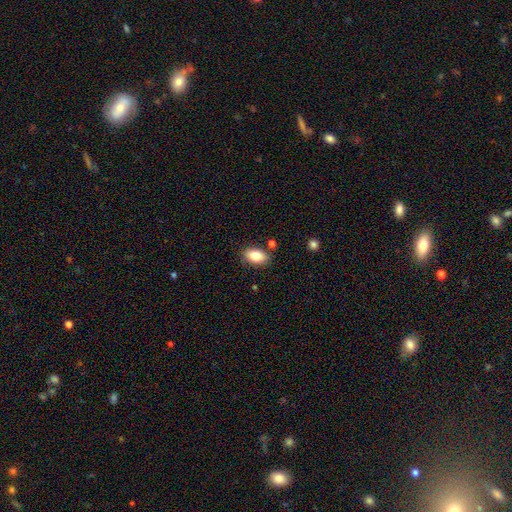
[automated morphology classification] A smooth galaxy with no disk features (82%) that is in between round and cigar-shaped (90%). Merging: none (82%).